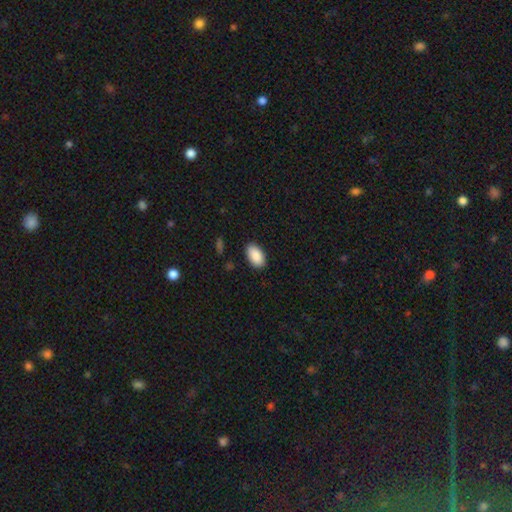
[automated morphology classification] A smooth galaxy with no disk features (90%) that is in between round and cigar-shaped (95%). Merging: none (87%).